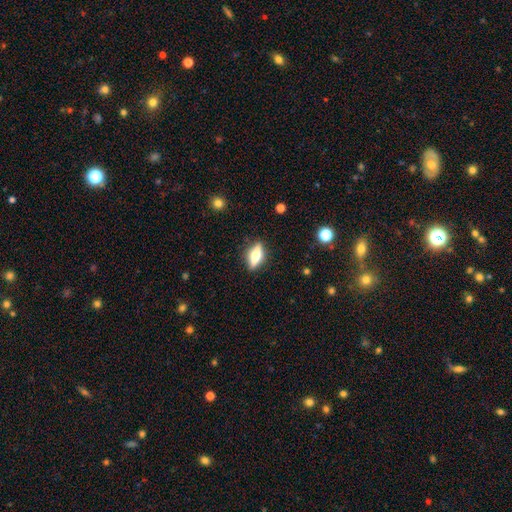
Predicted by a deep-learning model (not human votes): smooth 48%, featured or disk 44%, star or artifact 8%. Down the decision tree: merging — none (86%).